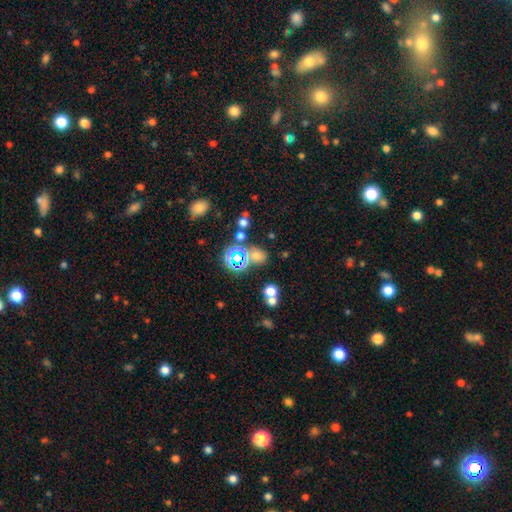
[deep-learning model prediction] A smooth galaxy with no disk features (53%) that is round (58%).

Vote fractions:
- Smooth or featured? smooth: 53% / star or artifact: 37% / featured or disk: 9%
- How rounded? round: 58% / in between: 40% / cigar-shaped: 2%
- Merging? none: 56% / merger: 24% / minor disturbance: 12% / major disturbance: 8%